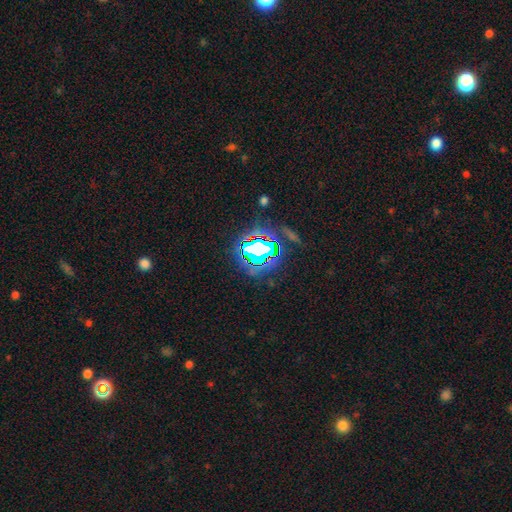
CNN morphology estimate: Smooth or featured? star or artifact (75%)